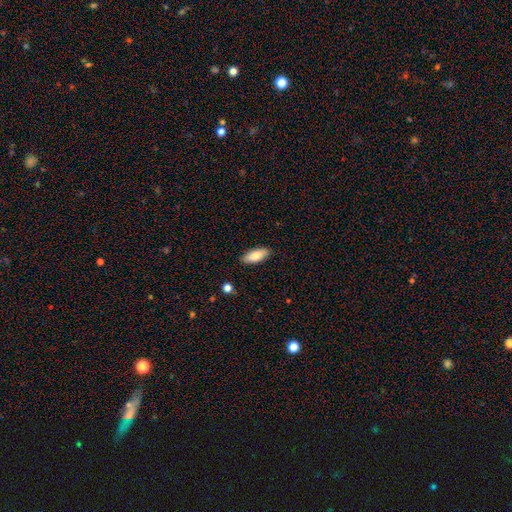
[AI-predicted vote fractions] Morphology: type=smooth (82%); roundness=in between (78%); merging=none (88%).